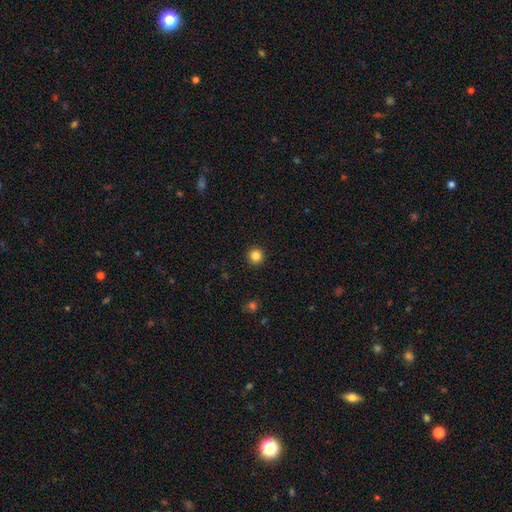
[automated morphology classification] smooth-or-featured: smooth: 84% | star or artifact: 12% | featured or disk: 4%
  how-rounded: round: 95% | in between: 4% | cigar-shaped: 1%
  merging: none: 93% | minor disturbance: 5% | major disturbance: 2% | merger: 1%